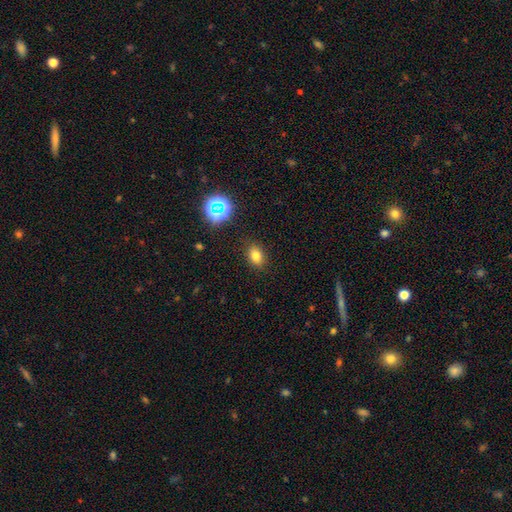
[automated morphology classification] Q: Smooth or featured?
A: smooth (77%); runner-up: star or artifact (16%)
Q: How rounded?
A: in between (74%); runner-up: round (25%)
Q: Merging?
A: none (86%); runner-up: minor disturbance (9%)